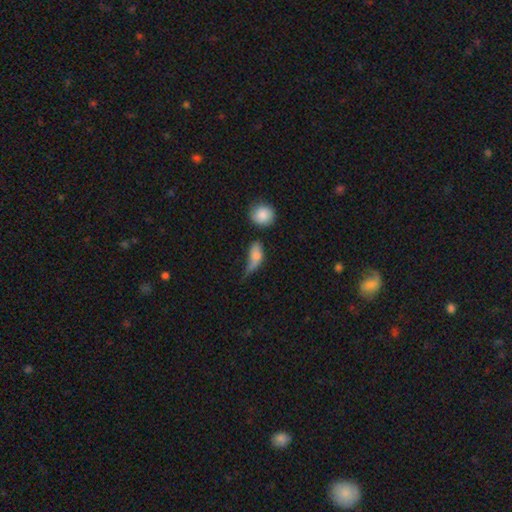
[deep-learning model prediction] smooth 68%, featured or disk 23%, star or artifact 9%. Down the decision tree: how rounded — in between (72%); merging — major disturbance (39%).